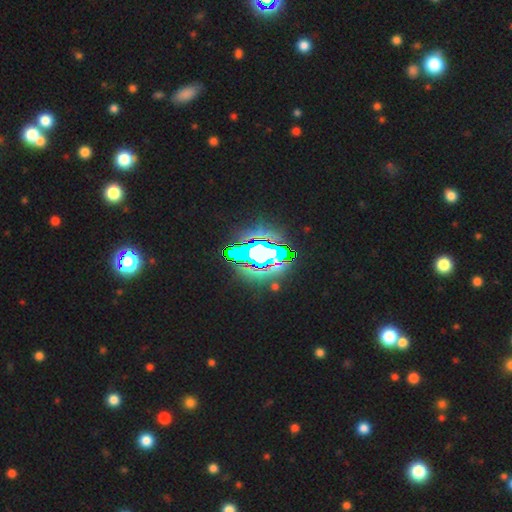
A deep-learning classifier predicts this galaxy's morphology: This appears to be a star or artifact, not a galaxy (73%).